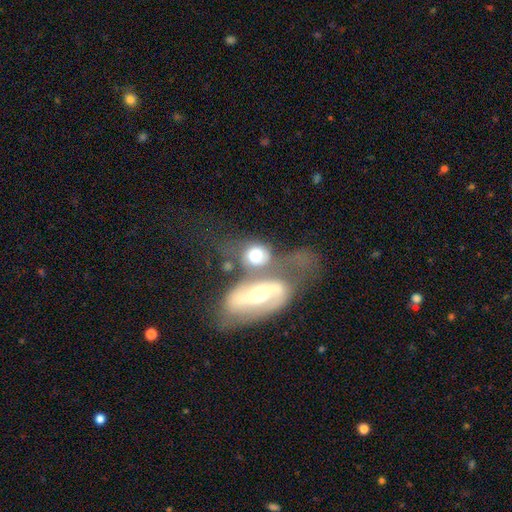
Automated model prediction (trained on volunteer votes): featured or disk 48%, smooth 44%, star or artifact 8%. Down the decision tree: merging — merger (58%).